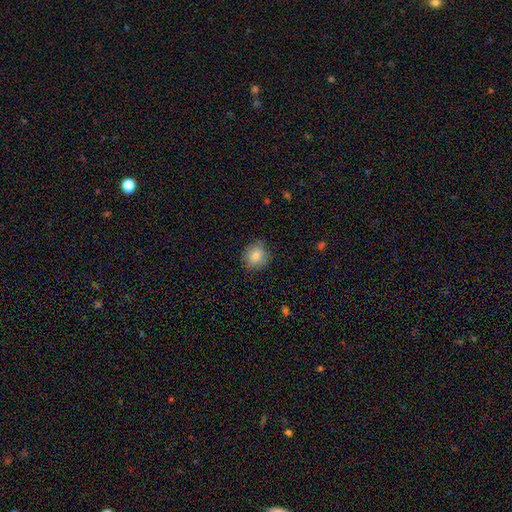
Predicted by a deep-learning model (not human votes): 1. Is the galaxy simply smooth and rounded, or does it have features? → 80% smooth, 11% featured or disk, 9% star or artifact.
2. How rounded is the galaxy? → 71% round, 28% in between, 1% cigar-shaped.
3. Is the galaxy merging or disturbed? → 79% none, 16% minor disturbance, 3% major disturbance, 1% merger.